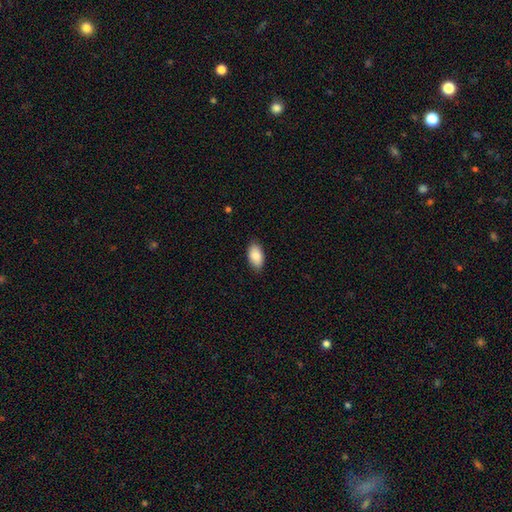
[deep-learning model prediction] This appears to be a smooth galaxy with no disk features (87%) that is in between round and cigar-shaped (94%). Merging: none (86%).